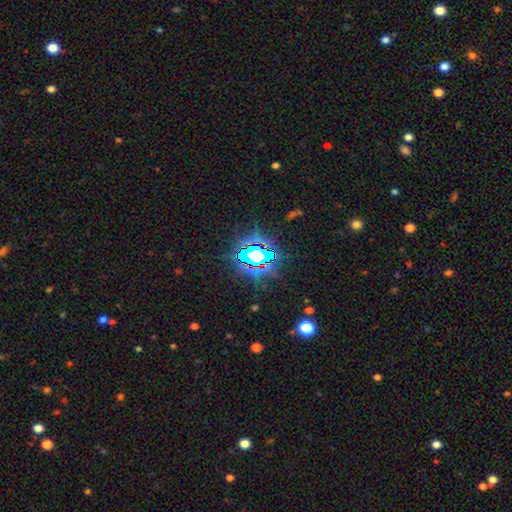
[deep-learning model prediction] Smooth or featured? star or artifact (72%)